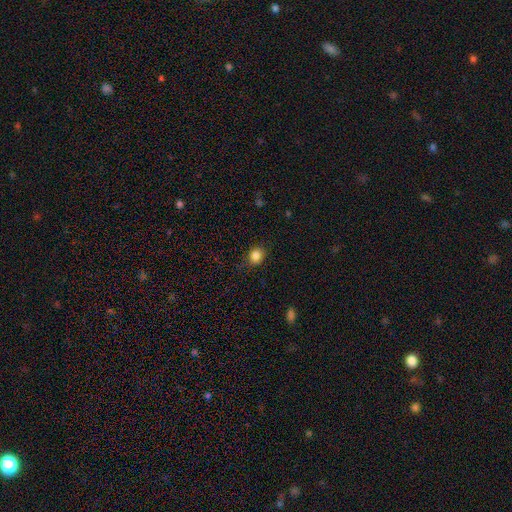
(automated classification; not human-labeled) smooth 85%, star or artifact 11%, featured or disk 4%. Down the decision tree: how rounded — round (65%); merging — none (83%).